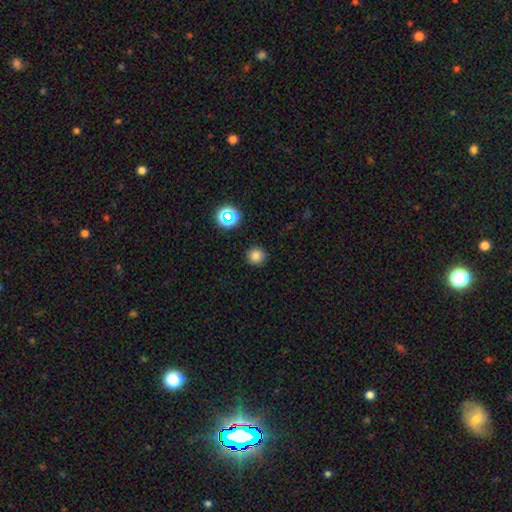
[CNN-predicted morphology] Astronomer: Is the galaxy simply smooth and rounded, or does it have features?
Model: smooth — 79%.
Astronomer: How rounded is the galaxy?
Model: round — 94%.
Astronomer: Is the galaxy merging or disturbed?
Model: none — 90%.